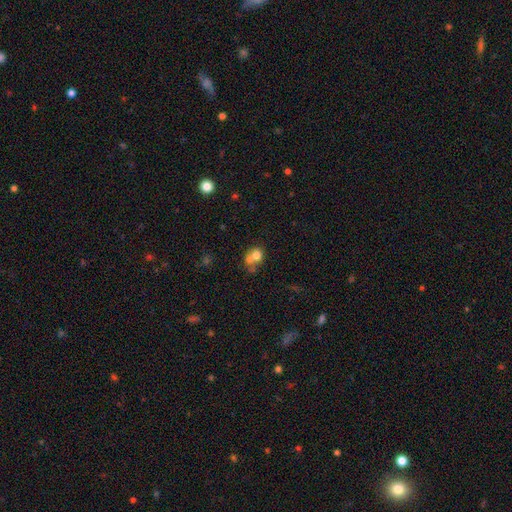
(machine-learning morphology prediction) The model was most divided on "merging": merger: 56%, none: 31%, minor disturbance: 9%, major disturbance: 4%. More confident: smooth or featured — smooth (71%); how rounded — round (69%).